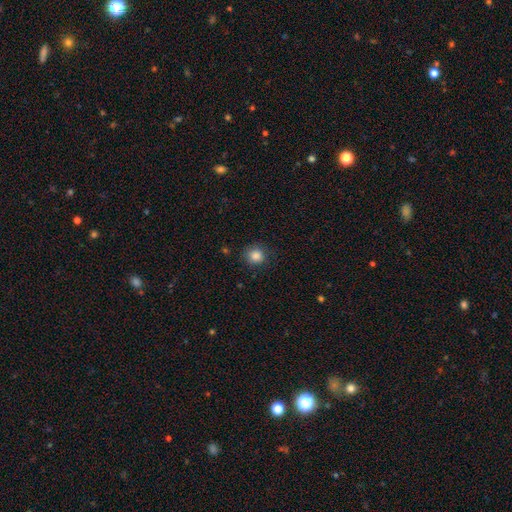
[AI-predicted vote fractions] Q: Smooth or featured?
A: smooth (85%); runner-up: star or artifact (11%)
Q: How rounded?
A: round (89%); runner-up: in between (10%)
Q: Merging?
A: none (85%); runner-up: minor disturbance (11%)